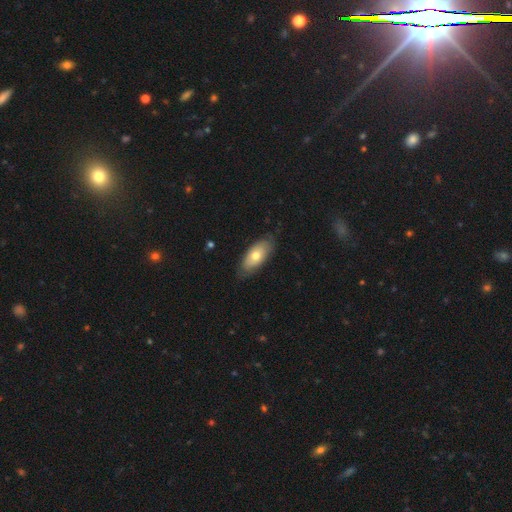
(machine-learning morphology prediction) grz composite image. It shows a smooth galaxy with no disk features (64%) that is in between round and cigar-shaped (89%). Merging: none (77%).